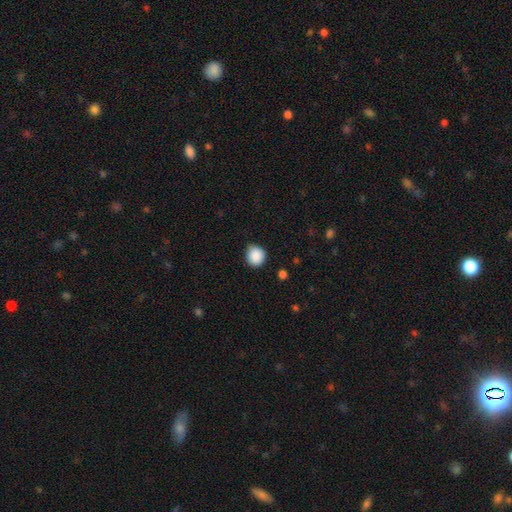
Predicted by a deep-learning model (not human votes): The model was most divided on "merging": none: 79%, minor disturbance: 17%, major disturbance: 3%, merger: 2%. More confident: smooth or featured — smooth (89%); how rounded — round (88%).